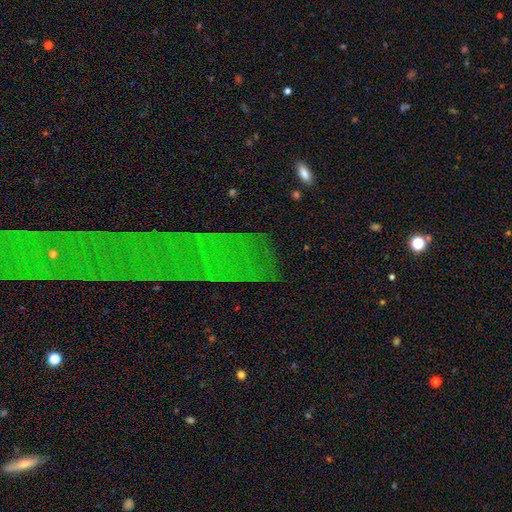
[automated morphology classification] smooth-or-featured: star or artifact: 64% | featured or disk: 19% | smooth: 17%